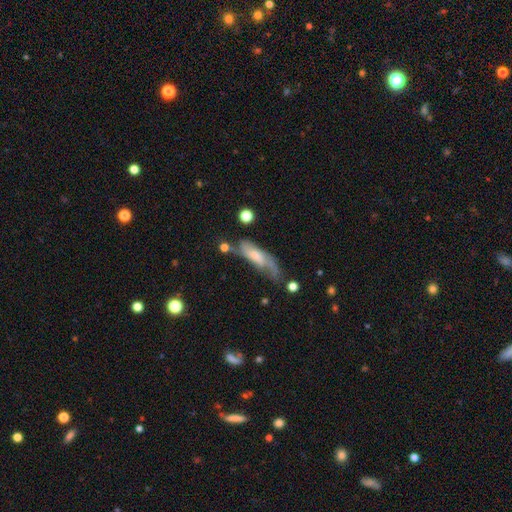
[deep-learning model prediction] featured or disk 50%, smooth 43%, star or artifact 8%. Down the decision tree: merging — none (36%).